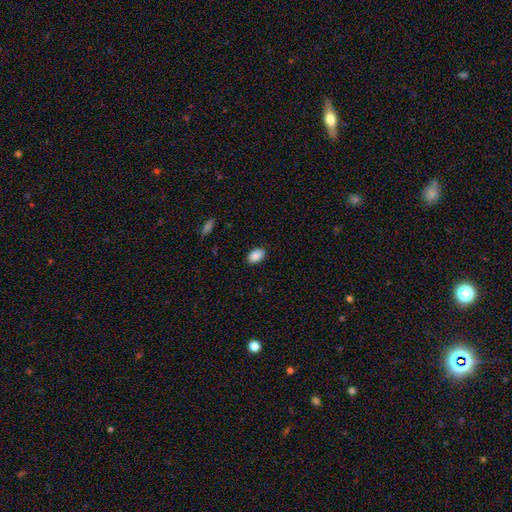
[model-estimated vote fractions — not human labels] A smooth galaxy with no disk features (89%) that is in between round and cigar-shaped (89%).

Vote fractions:
- Smooth or featured? smooth: 89% / star or artifact: 7% / featured or disk: 3%
- How rounded? in between: 89% / round: 10% / cigar-shaped: 1%
- Merging? none: 88% / minor disturbance: 9% / major disturbance: 2% / merger: 1%